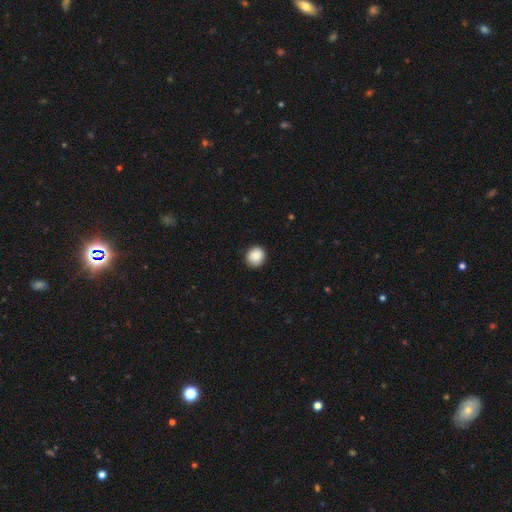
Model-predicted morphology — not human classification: Q: Smooth or featured?
A: smooth (89%); runner-up: star or artifact (8%)
Q: How rounded?
A: round (85%); runner-up: in between (14%)
Q: Merging?
A: none (89%); runner-up: minor disturbance (8%)